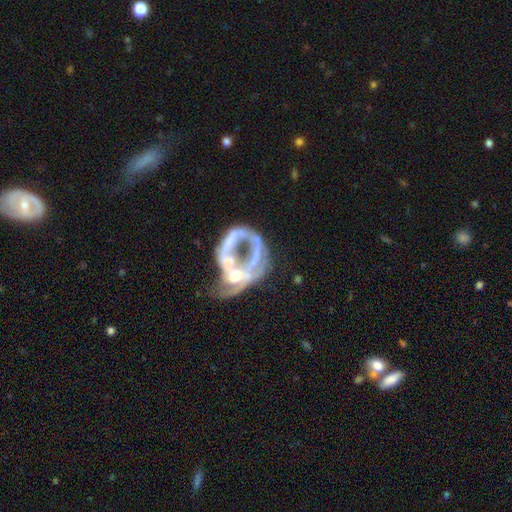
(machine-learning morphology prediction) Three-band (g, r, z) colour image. It shows a featured or disk galaxy (74%) with no bar (80%), no spiral arms (67%) and a moderate central bulge (40%). Merging: merger (50%).